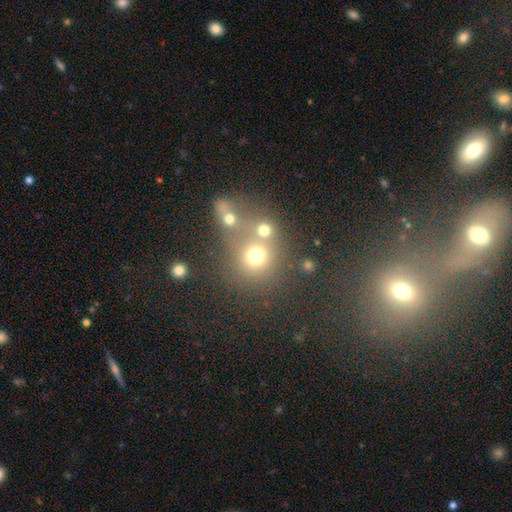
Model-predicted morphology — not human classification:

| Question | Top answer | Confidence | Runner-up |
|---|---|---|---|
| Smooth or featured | smooth | 70% | star or artifact (18%) |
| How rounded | round | 85% | in between (14%) |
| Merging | none | 48% | merger (39%) |